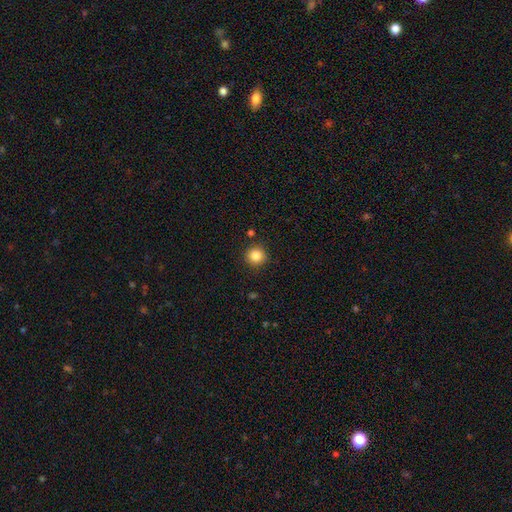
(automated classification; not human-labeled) Smooth or featured? smooth (85%)
How rounded? round (94%)
Merging? none (89%)